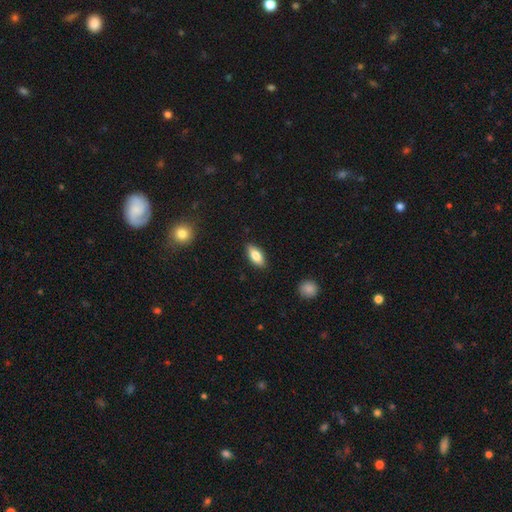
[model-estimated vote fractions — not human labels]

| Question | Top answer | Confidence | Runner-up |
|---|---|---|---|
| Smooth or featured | smooth | 75% | featured or disk (18%) |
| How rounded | in between | 83% | cigar-shaped (14%) |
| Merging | none | 87% | minor disturbance (9%) |